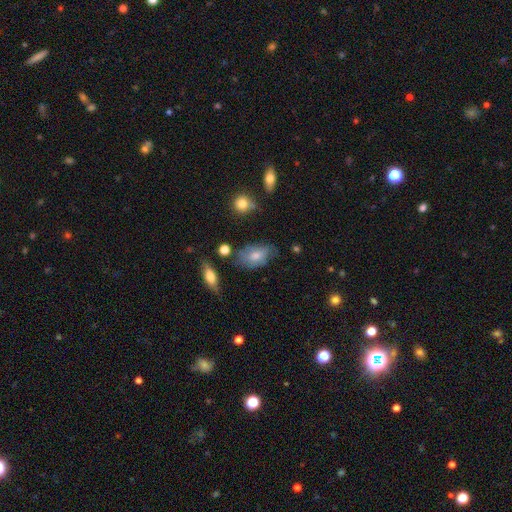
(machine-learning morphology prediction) Overall: smooth (66%). How rounded: in between (88%). Merging: none (47%; minor disturbance 34%).